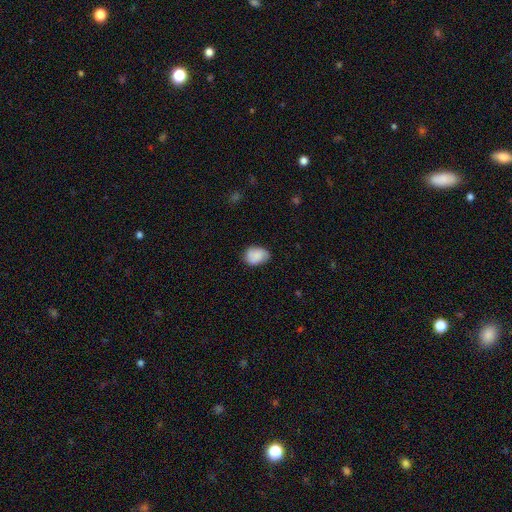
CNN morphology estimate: type=smooth (78%); roundness=in between (67%); merging=none (70%).